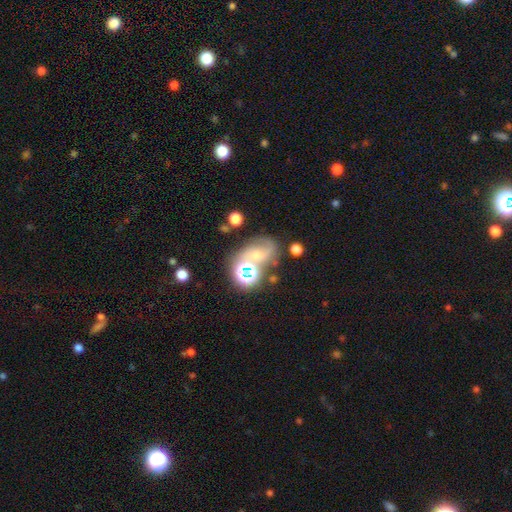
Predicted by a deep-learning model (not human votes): A featured or disk galaxy (47%).

Vote fractions:
- Smooth or featured? featured or disk: 47% / star or artifact: 29% / smooth: 23%
- Merging? none: 52% / merger: 19% / minor disturbance: 16% / major disturbance: 12%